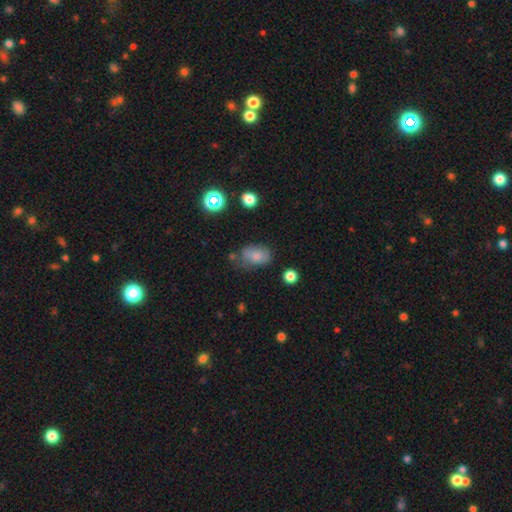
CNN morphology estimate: smooth 79%, featured or disk 11%, star or artifact 11%. Down the decision tree: how rounded — in between (87%); merging — none (54%).